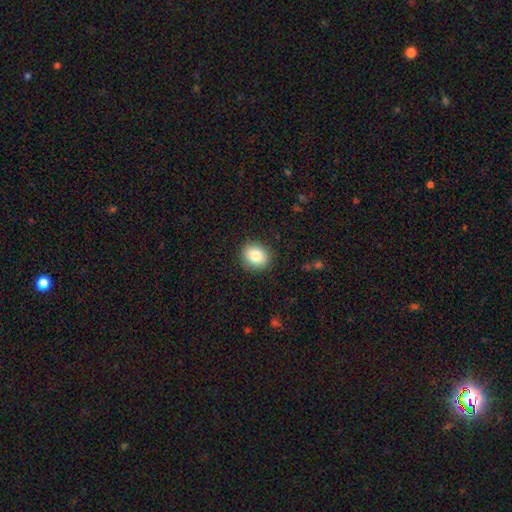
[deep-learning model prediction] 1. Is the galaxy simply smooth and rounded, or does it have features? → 84% smooth, 9% star or artifact, 7% featured or disk.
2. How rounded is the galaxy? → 69% round, 30% in between, 1% cigar-shaped.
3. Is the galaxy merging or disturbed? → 89% none, 8% minor disturbance, 2% major disturbance, 1% merger.